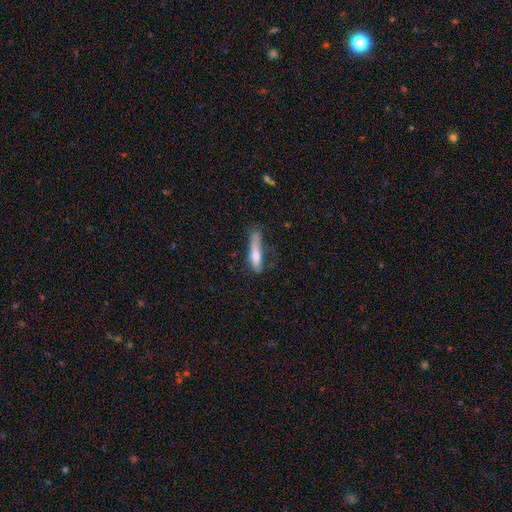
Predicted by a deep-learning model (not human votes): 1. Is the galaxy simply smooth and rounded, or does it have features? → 56% smooth, 37% featured or disk, 7% star or artifact.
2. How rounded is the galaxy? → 84% cigar-shaped, 15% in between, 2% round.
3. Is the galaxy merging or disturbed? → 50% none, 30% minor disturbance, 16% major disturbance, 4% merger.